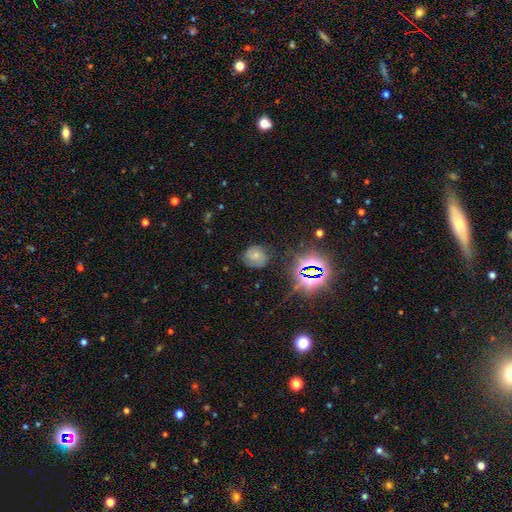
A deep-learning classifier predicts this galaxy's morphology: This is marginally a featured or disk galaxy (38%, tied with smooth). Merging: likely none (68%).